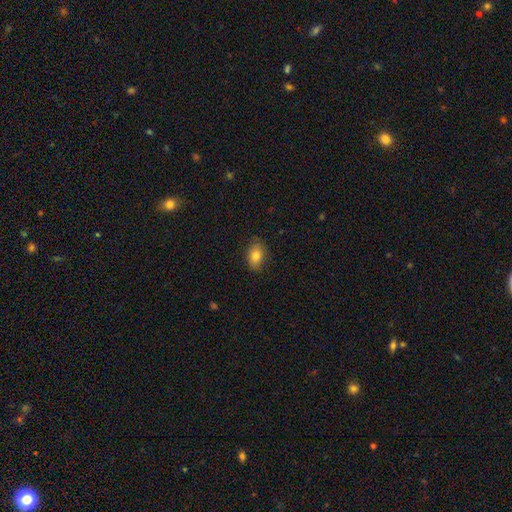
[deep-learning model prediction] smooth_or_featured: smooth (p=0.81) [alt: featured or disk p=0.10]
how_rounded: in between (p=0.84) [alt: round p=0.14]
merging: none (p=0.85) [alt: minor disturbance p=0.12]